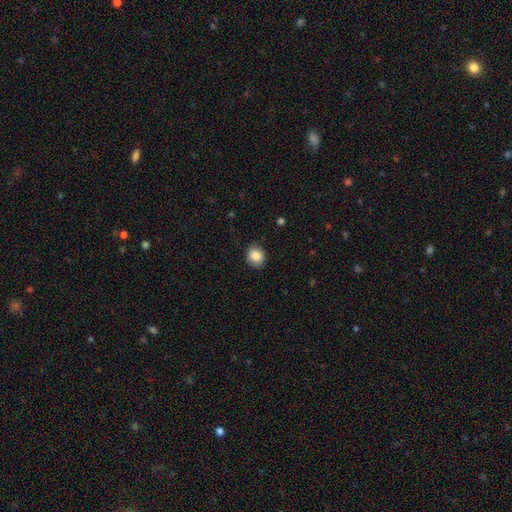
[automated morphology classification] The model was most divided on "how rounded": round: 62%, in between: 37%, cigar-shaped: 1%. More confident: smooth or featured — smooth (87%); merging — none (86%).